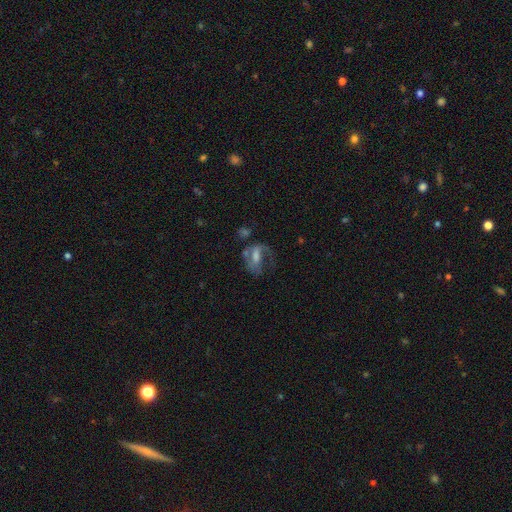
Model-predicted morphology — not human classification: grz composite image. It shows a featured or disk galaxy (56%) with no bar (43%), spiral arms (60%) and a moderate central bulge (43%). Merging: major disturbance (45%).